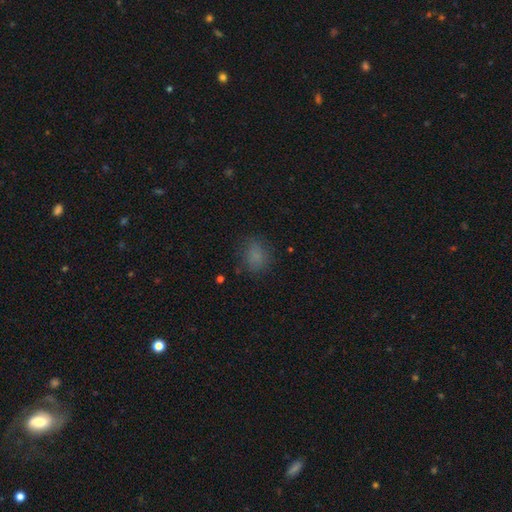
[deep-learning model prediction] Q: Smooth or featured?
A: smooth (79%); runner-up: star or artifact (15%)
Q: How rounded?
A: round (59%); runner-up: in between (40%)
Q: Merging?
A: none (78%); runner-up: minor disturbance (15%)